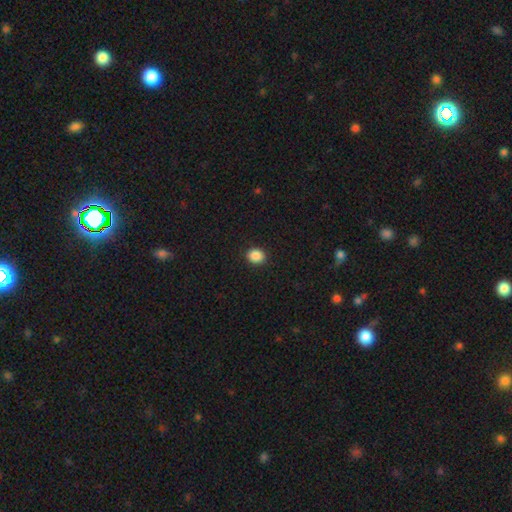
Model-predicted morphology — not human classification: This appears to be a smooth galaxy with no disk features (88%) that is round (68%). Merging: none (92%).